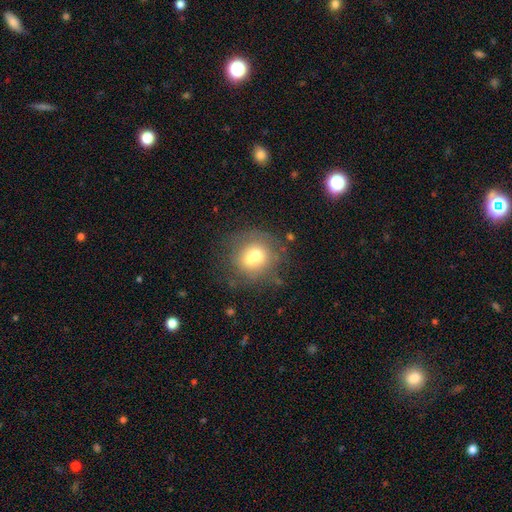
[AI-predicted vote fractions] A smooth galaxy with no disk features (64%) that is round (86%). Merging: none (49%).